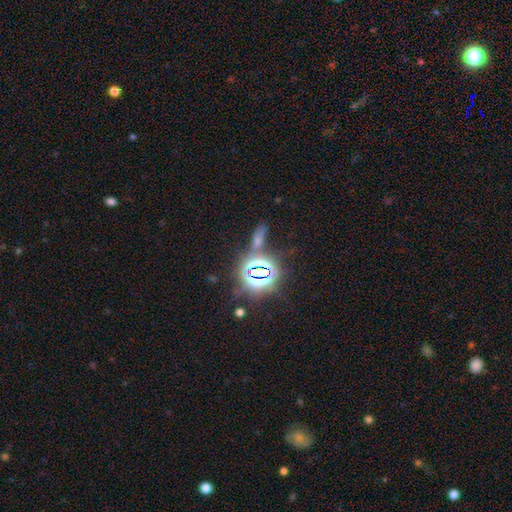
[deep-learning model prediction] Smooth or featured? star or artifact (80%)